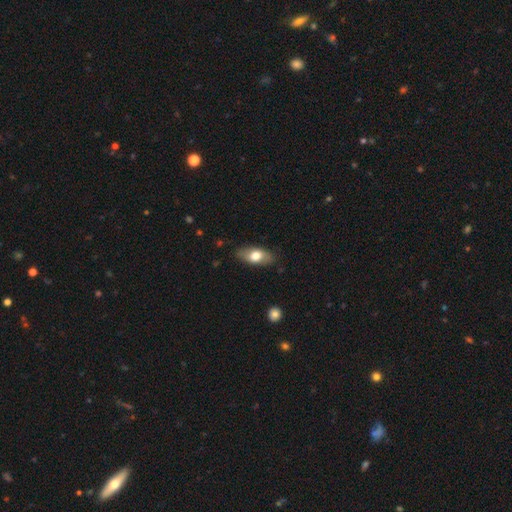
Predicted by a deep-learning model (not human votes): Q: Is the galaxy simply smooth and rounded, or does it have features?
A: smooth — 69%.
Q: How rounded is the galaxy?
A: in between — 87%.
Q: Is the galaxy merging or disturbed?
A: none — 83%.